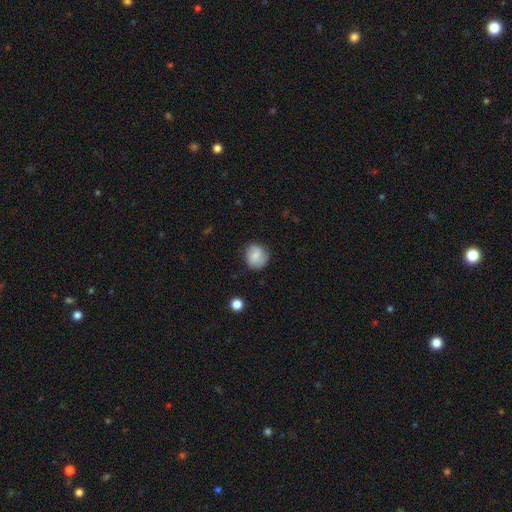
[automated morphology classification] Smooth or featured: smooth — 66% (featured or disk — 26%)
How rounded: round — 82% (in between — 17%)
Merging: none — 76% (minor disturbance — 18%)